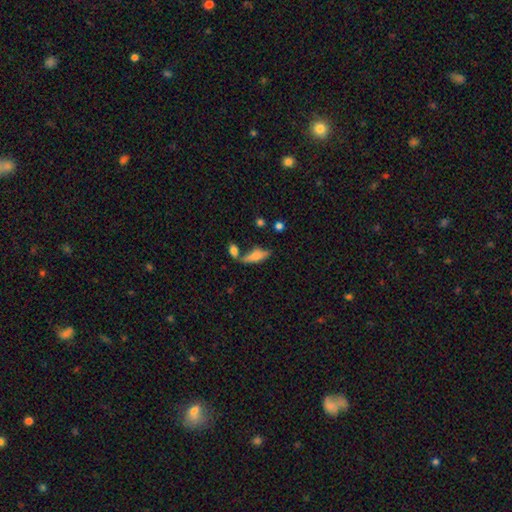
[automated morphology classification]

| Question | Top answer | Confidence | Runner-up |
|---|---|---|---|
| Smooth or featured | smooth | 66% | featured or disk (27%) |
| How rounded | in between | 54% | cigar-shaped (43%) |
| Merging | none | 57% | merger (21%) |